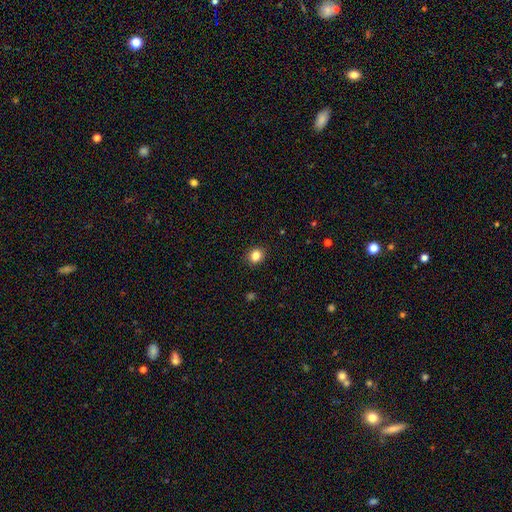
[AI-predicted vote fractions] A smooth galaxy with no disk features (84%) that is round (82%). Merging: none (91%).